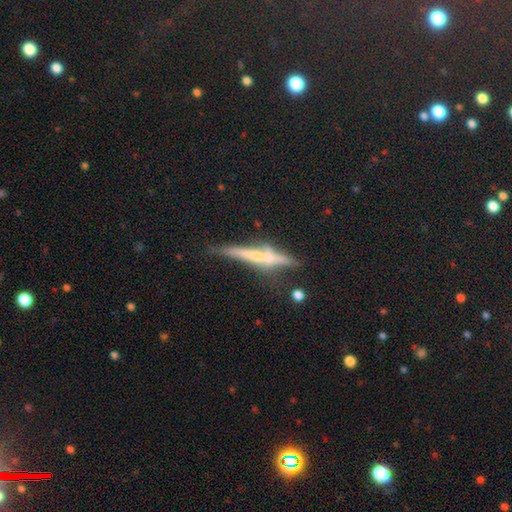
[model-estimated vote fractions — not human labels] Q: Smooth or featured?
A: featured or disk (67%); runner-up: smooth (22%)
Q: Edge-on disk?
A: yes (93%); runner-up: no (7%)
Q: Edge-on bulge?
A: rounded (50%); runner-up: none (38%)
Q: Merging?
A: none (65%); runner-up: minor disturbance (17%)